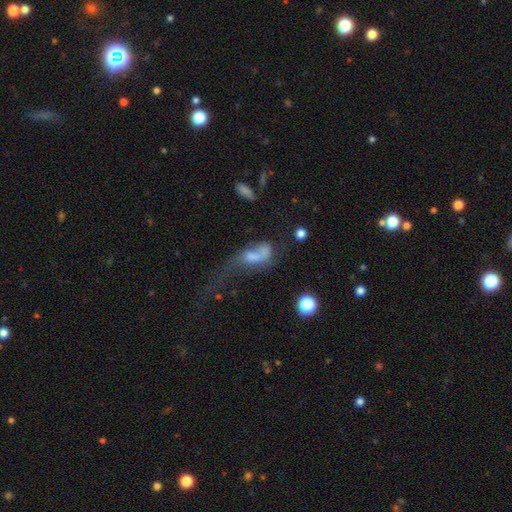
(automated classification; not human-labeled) This appears to be a smooth galaxy with no disk features (48%). Merging: major disturbance (48%).